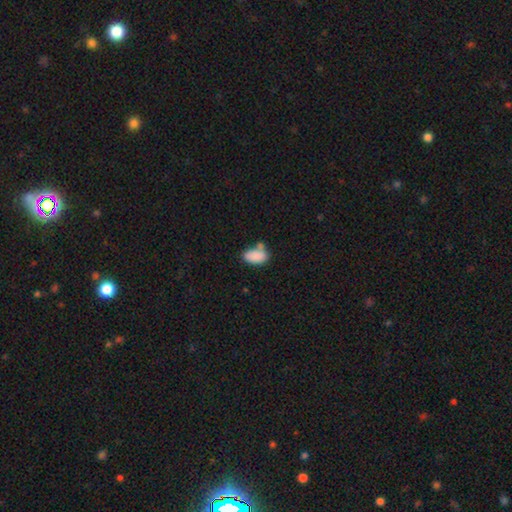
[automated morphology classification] The model was most divided on "merging": none: 50%, merger: 23%, minor disturbance: 20%, major disturbance: 7%. More confident: how rounded — in between (93%); smooth or featured — smooth (86%).